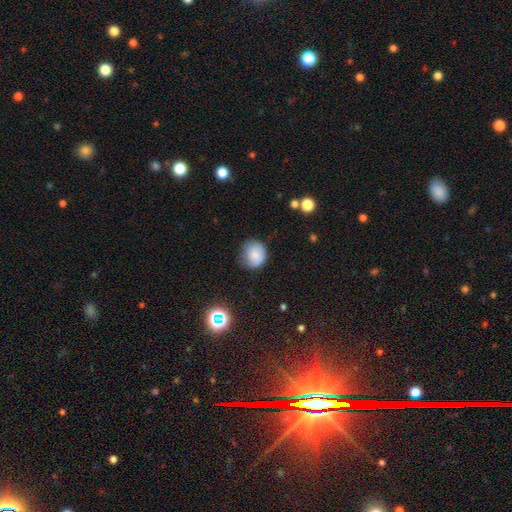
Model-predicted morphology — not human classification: Smooth or featured? Predicted: smooth (p=0.81). How rounded? Predicted: round (p=0.70). Merging? Predicted: none (p=0.60).